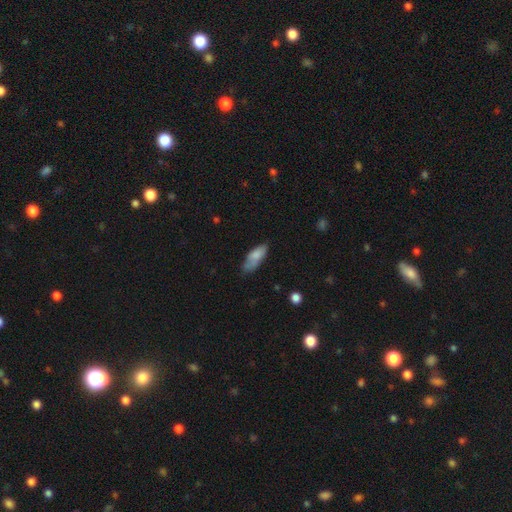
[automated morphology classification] A smooth galaxy with no disk features (76%) that is in between round and cigar-shaped (71%). Merging: none (53%).